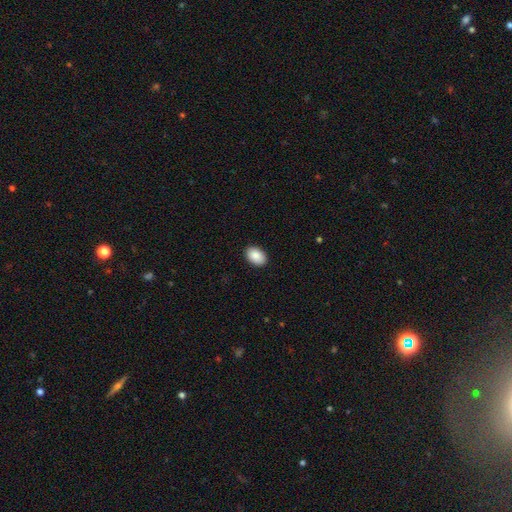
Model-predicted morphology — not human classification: This appears to be a smooth galaxy with no disk features (89%) that is in between round and cigar-shaped (86%). Merging: none (90%).